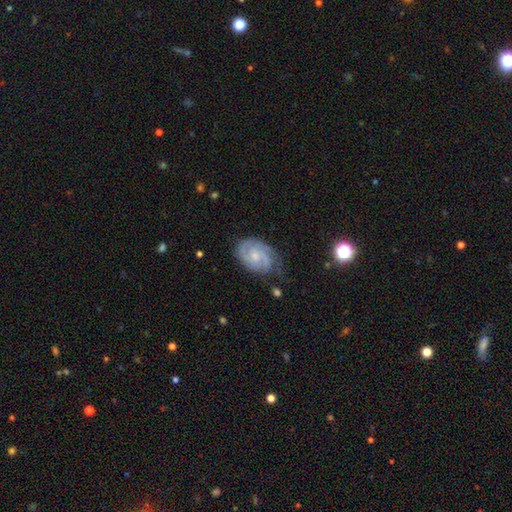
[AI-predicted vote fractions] A featured or disk galaxy (82%) with no bar (63%), 2 (53%) tight (59%) spiral arms (96%) and a small central bulge (62%).

Vote fractions:
- Smooth or featured? featured or disk: 82% / smooth: 12% / star or artifact: 6%
- Edge-on disk? no: 98% / yes: 2%
- Bar? no: 63% / weak: 32% / strong: 5%
- Spiral arms? yes: 96% / no: 4%
- Spiral winding? tight: 59% / medium: 34% / loose: 7%
- Spiral arm count? 2: 53% / 3: 19% / can't tell: 18% / 1: 4% / 4: 4% / more than 4: 3%
- Bulge size? small: 62% / moderate: 27% / none: 8% / large: 1% / dominant: 1%
- Merging? none: 64% / minor disturbance: 25% / major disturbance: 9% / merger: 2%